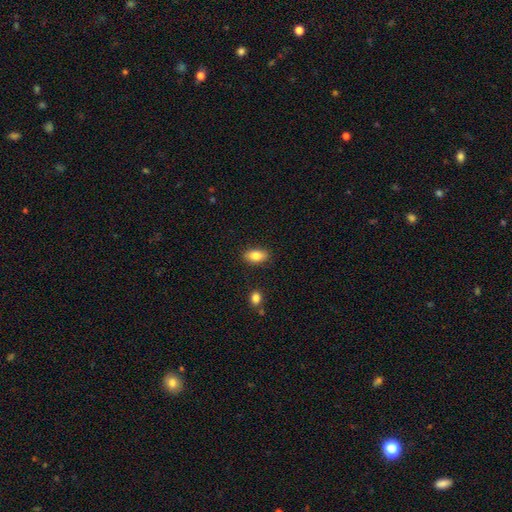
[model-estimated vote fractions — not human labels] Smooth or featured? Predicted: smooth (p=0.83). How rounded? Predicted: in between (p=0.90). Merging? Predicted: none (p=0.87).